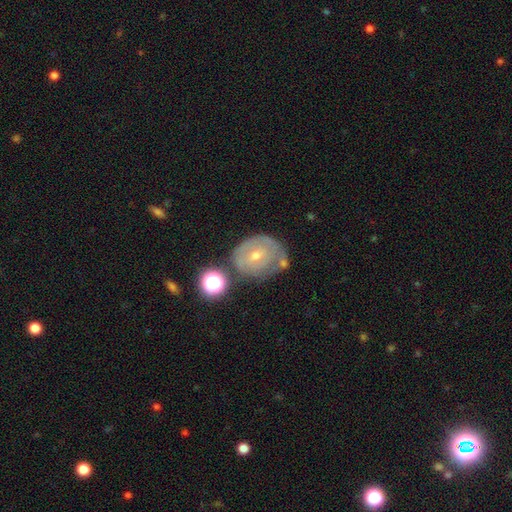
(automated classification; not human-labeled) smooth-or-featured: featured or disk: 61% | smooth: 29% | star or artifact: 10%
  disk-edge-on: no: 96% | yes: 4%
    bar: no: 67% | weak: 26% | strong: 7%
    has-spiral-arms: yes: 59% | no: 41%
    bulge-size: small: 62% | moderate: 35% | large: 1% | none: 1% | dominant: 1%
  merging: none: 53% | minor disturbance: 24% | merger: 12% | major disturbance: 11%